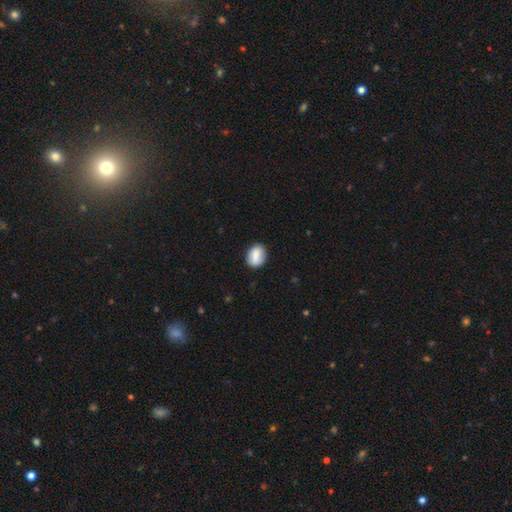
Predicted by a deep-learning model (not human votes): A smooth galaxy with no disk features (81%) that is in between round and cigar-shaped (65%).

Vote fractions:
- Smooth or featured? smooth: 81% / featured or disk: 12% / star or artifact: 7%
- How rounded? in between: 65% / round: 33% / cigar-shaped: 2%
- Merging? none: 83% / minor disturbance: 13% / major disturbance: 3% / merger: 2%